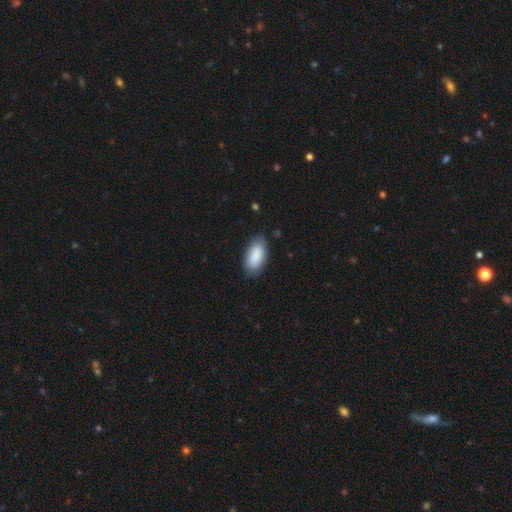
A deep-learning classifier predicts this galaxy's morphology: Smooth or featured?
  - smooth: 88% *
  - featured or disk: 7%
  - star or artifact: 6%
How rounded?
  - in between: 94% *
  - cigar-shaped: 4%
  - round: 2%
Merging?
  - none: 79% *
  - minor disturbance: 16%
  - major disturbance: 3%
  - merger: 1%